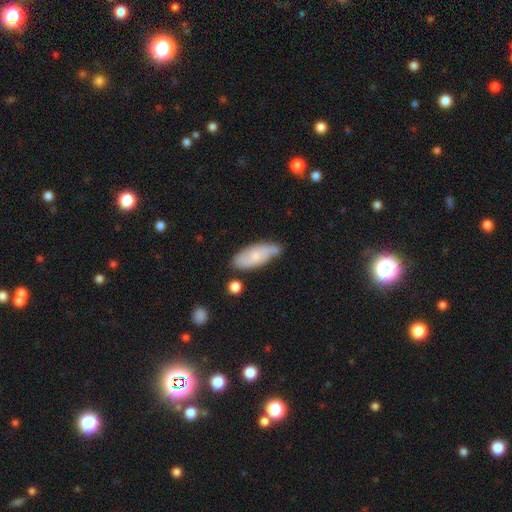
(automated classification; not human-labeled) The model was most divided on "smooth or featured": smooth: 59%, featured or disk: 35%, star or artifact: 7%. More confident: how rounded — in between (78%); merging — none (61%).